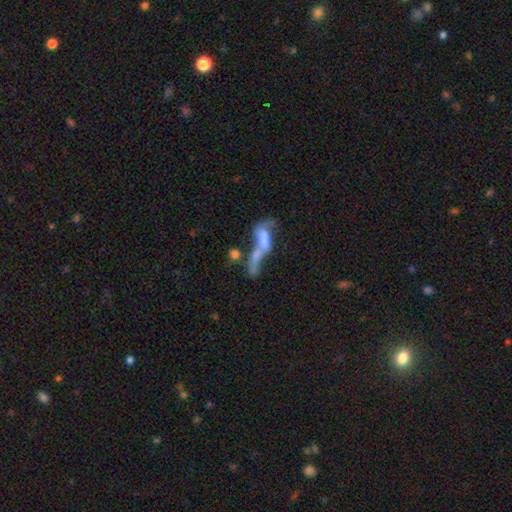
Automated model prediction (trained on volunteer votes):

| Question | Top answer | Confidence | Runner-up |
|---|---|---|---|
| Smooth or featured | featured or disk | 50% | smooth (32%) |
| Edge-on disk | no | 55% | yes (45%) |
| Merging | merger | 50% | none (25%) |